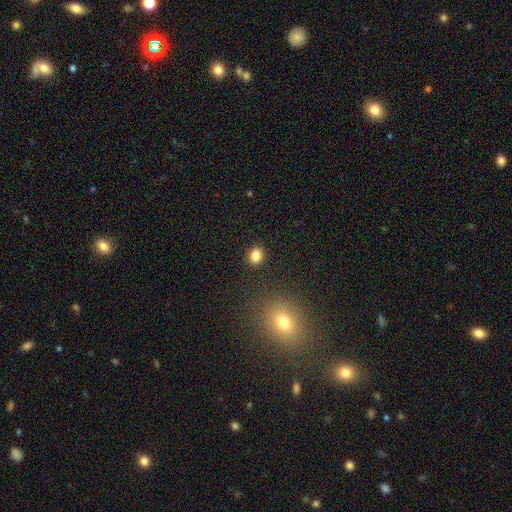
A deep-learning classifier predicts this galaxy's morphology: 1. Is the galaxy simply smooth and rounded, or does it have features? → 83% smooth, 12% star or artifact, 5% featured or disk.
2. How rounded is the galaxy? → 58% round, 41% in between, 1% cigar-shaped.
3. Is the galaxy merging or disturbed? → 87% none, 8% minor disturbance, 2% merger, 2% major disturbance.